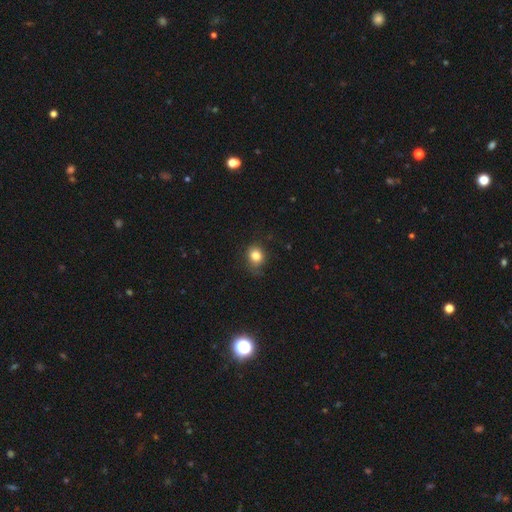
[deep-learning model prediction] This is clearly a smooth galaxy (82%). How rounded: likely round (66%). Merging: likely none (69%).